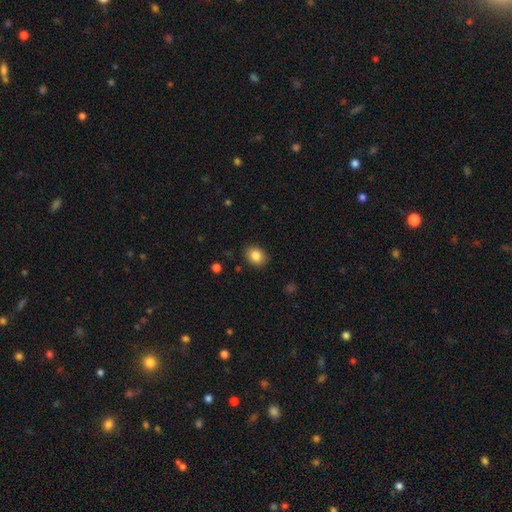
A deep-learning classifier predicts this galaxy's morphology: Smooth or featured: smooth — 84% (star or artifact — 9%)
How rounded: round — 52% (in between — 47%)
Merging: none — 88% (minor disturbance — 9%)